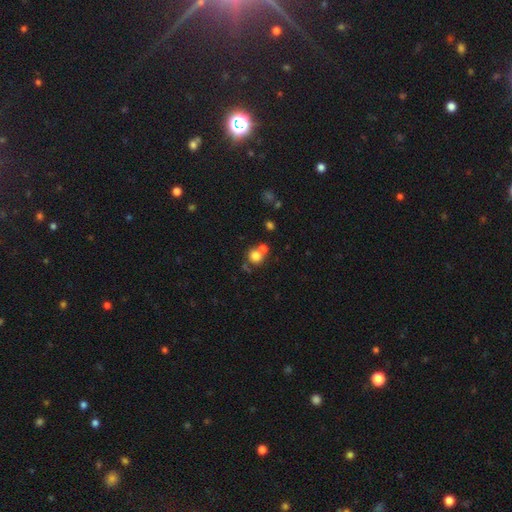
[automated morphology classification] Smooth or featured? smooth (77%)
How rounded? round (86%)
Merging? none (52%)